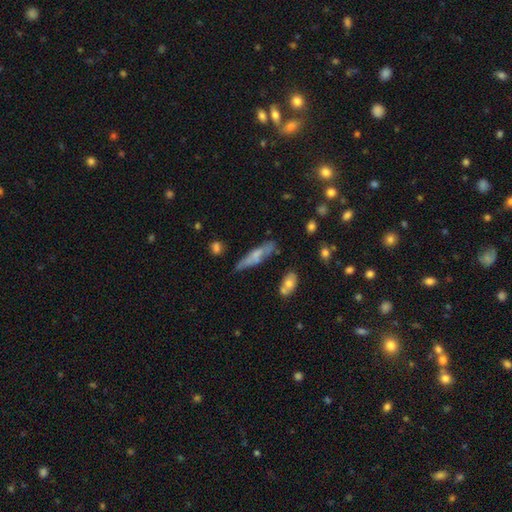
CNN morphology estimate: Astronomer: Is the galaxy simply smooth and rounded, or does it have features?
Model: smooth — 50% (runner-up: featured or disk, 42%).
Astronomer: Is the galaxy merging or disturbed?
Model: none — 61%.